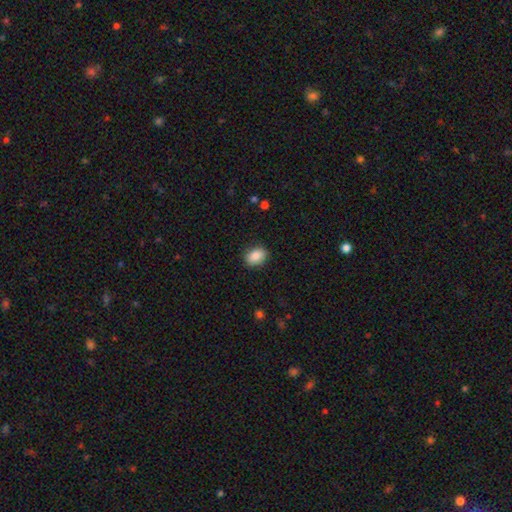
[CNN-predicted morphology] A smooth galaxy with no disk features (86%) that is in between round and cigar-shaped (74%).

Vote fractions:
- Smooth or featured? smooth: 86% / star or artifact: 8% / featured or disk: 6%
- How rounded? in between: 74% / round: 24% / cigar-shaped: 1%
- Merging? none: 88% / minor disturbance: 9% / major disturbance: 2% / merger: 1%